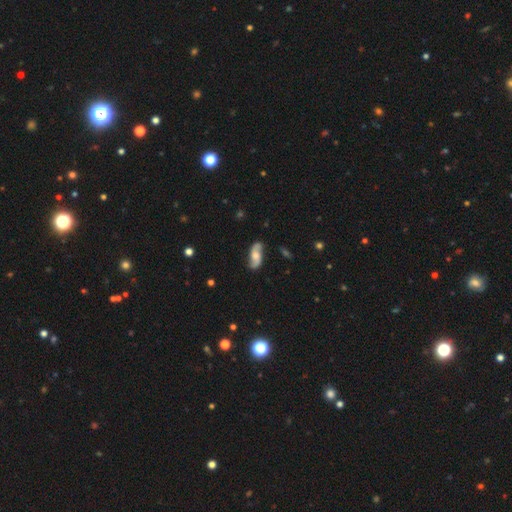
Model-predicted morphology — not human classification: Smooth or featured?
  - featured or disk: 65% *
  - smooth: 28%
  - star or artifact: 7%
Edge-on disk?
  - no: 91% *
  - yes: 9%
Bar?
  - no: 64% *
  - weak: 28%
  - strong: 8%
Spiral arms?
  - yes: 91% *
  - no: 9%
Spiral winding?
  - loose: 64% *
  - medium: 26%
  - tight: 11%
Spiral arm count?
  - 2: 91% *
  - can't tell: 5%
  - 1: 2%
  - 3: 1%
  - 4: 1%
  - more than 4: 1%
Bulge size?
  - moderate: 58% *
  - small: 25%
  - large: 10%
  - none: 5%
  - dominant: 2%
Merging?
  - none: 77% *
  - minor disturbance: 17%
  - major disturbance: 4%
  - merger: 2%